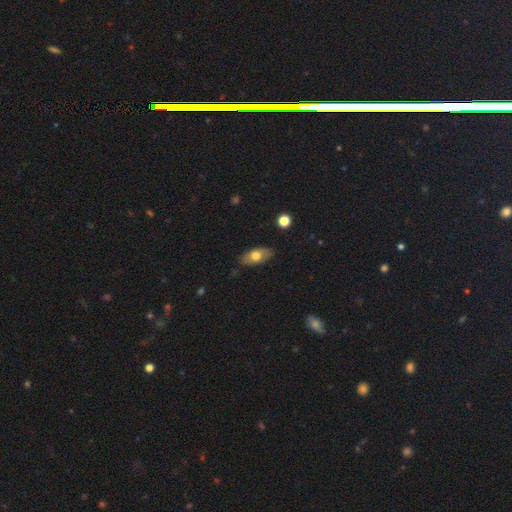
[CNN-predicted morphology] A smooth galaxy with no disk features (69%) that is in between round and cigar-shaped (88%). Merging: none (84%).